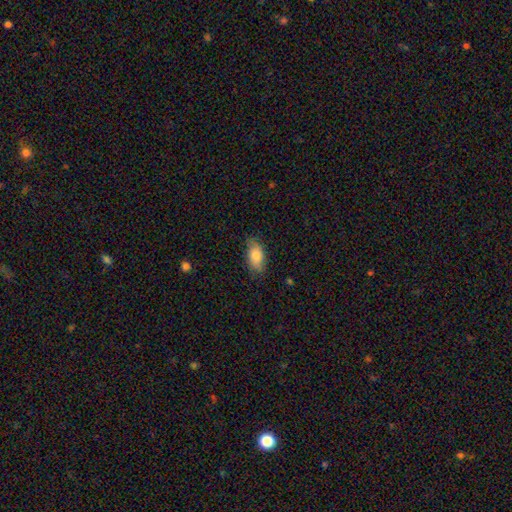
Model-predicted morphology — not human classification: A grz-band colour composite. It shows a smooth galaxy with no disk features (82%) that is in between round and cigar-shaped (91%). Merging: none (76%).